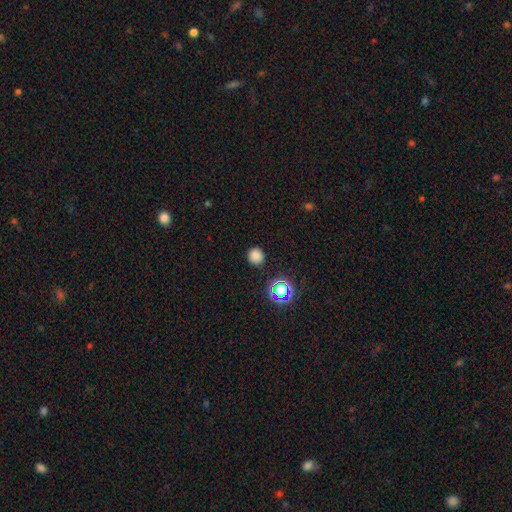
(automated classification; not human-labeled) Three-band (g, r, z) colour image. It shows a smooth galaxy with no disk features (78%) that is round (93%). Merging: none (89%).